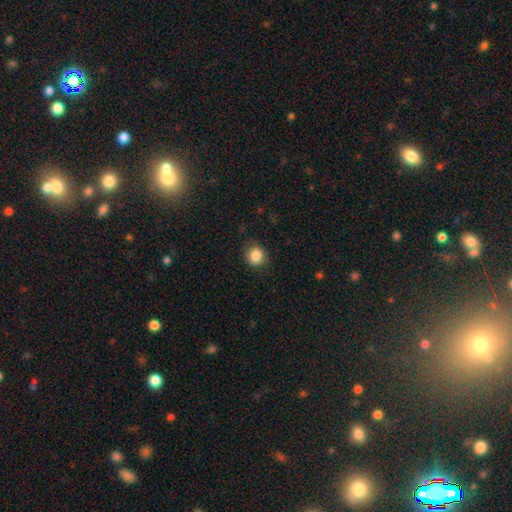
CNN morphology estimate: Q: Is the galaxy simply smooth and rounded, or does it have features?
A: smooth — 86%.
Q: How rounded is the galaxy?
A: round — 79%.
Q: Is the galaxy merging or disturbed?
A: none — 84%.